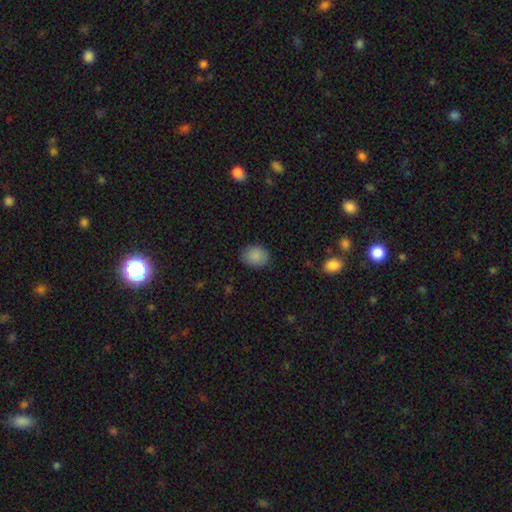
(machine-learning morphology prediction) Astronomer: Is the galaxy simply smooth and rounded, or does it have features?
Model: smooth — 87%.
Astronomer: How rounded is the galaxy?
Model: in between — 55% (runner-up: round, 44%).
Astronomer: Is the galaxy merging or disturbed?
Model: none — 83%.